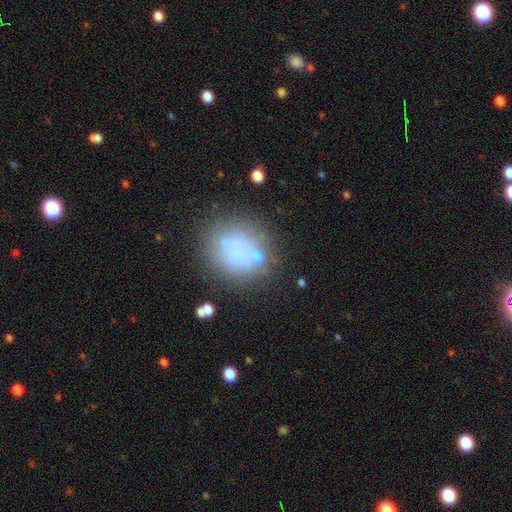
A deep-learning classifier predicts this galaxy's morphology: type=smooth (50%); merging=none (62%).